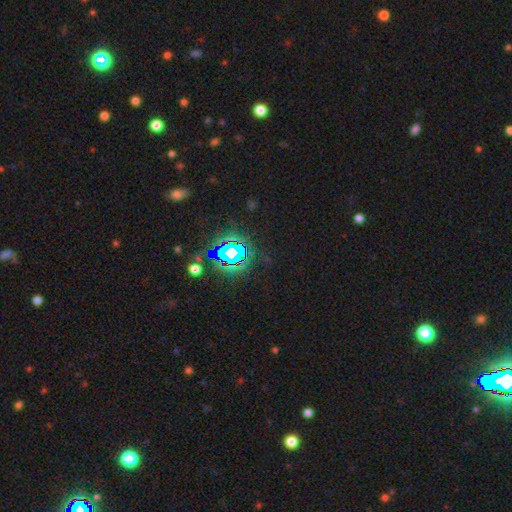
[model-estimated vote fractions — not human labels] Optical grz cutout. It shows a star or artifact, not a galaxy (80%).